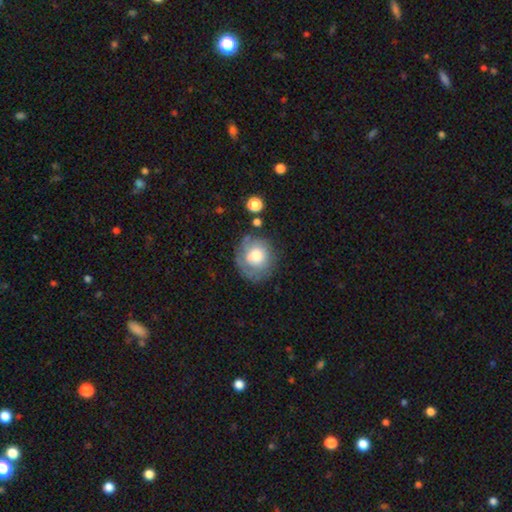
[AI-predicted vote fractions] This appears to be a smooth galaxy with no disk features (58%) that is round (85%). Merging: none (66%).